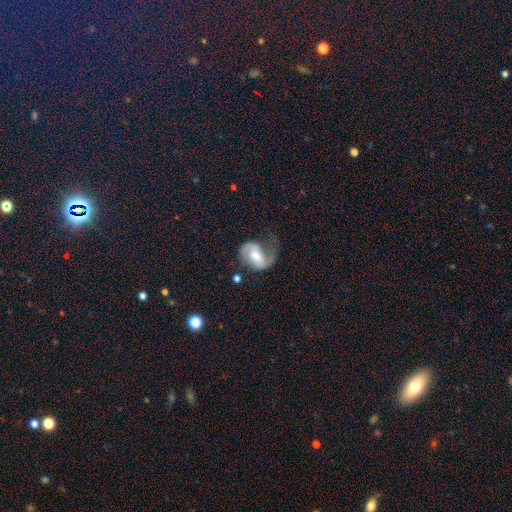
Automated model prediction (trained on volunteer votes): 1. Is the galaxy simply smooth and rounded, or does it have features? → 74% featured or disk, 20% smooth, 6% star or artifact.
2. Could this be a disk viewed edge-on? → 97% no, 3% yes.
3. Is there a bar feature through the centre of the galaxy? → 44% weak, 38% no, 18% strong.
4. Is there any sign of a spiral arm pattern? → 91% yes, 9% no.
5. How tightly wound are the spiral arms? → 44% loose, 40% medium, 16% tight.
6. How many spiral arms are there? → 65% 2, 27% 1, 5% can't tell, 1% 3, 1% 4, 1% more than 4.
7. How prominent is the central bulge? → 63% moderate, 26% small, 7% large, 2% none, 1% dominant.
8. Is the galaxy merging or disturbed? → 37% none, 34% major disturbance, 25% minor disturbance, 3% merger.